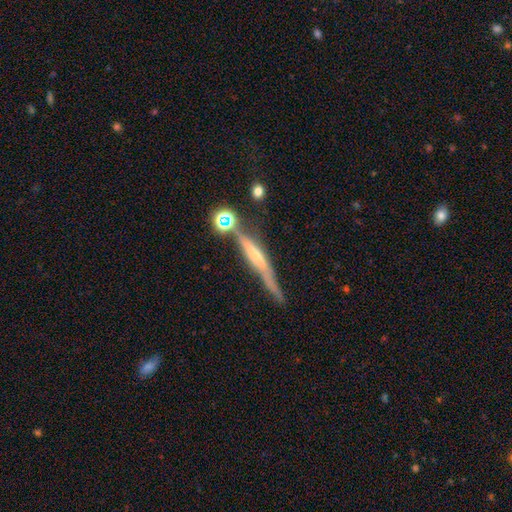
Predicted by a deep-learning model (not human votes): Q: Smooth or featured?
A: featured or disk (65%); runner-up: smooth (24%)
Q: Edge-on disk?
A: yes (93%); runner-up: no (7%)
Q: Edge-on bulge?
A: rounded (39%); runner-up: none (37%)
Q: Merging?
A: none (65%); runner-up: minor disturbance (19%)